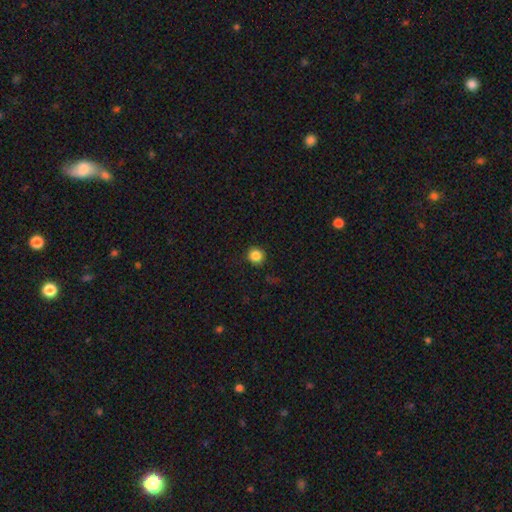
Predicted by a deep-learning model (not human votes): Smooth or featured?
  - smooth: 85% *
  - star or artifact: 11%
  - featured or disk: 4%
How rounded?
  - round: 93% *
  - in between: 6%
  - cigar-shaped: 1%
Merging?
  - none: 91% *
  - minor disturbance: 6%
  - major disturbance: 2%
  - merger: 1%